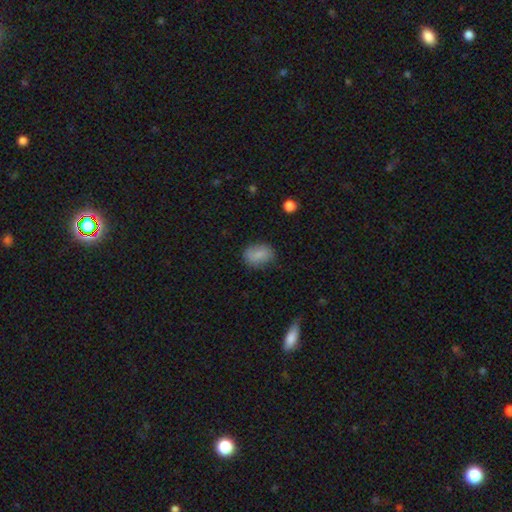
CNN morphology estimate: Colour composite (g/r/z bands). It shows a smooth galaxy with no disk features (82%) that is in between round and cigar-shaped (69%). Merging: none (76%).